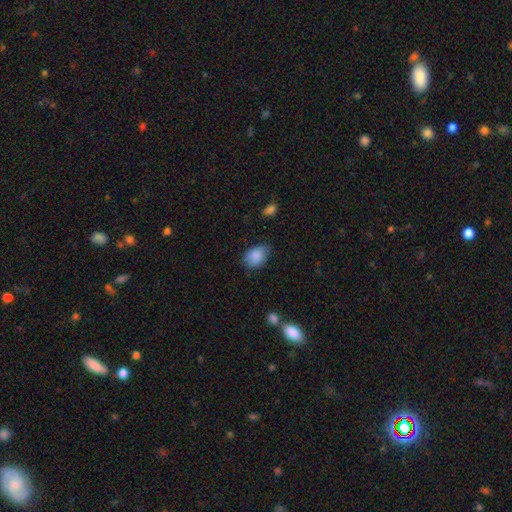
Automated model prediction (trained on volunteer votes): The model was most divided on "merging": none: 67%, minor disturbance: 26%, major disturbance: 5%, merger: 2%. More confident: smooth or featured — smooth (87%); how rounded — in between (80%).